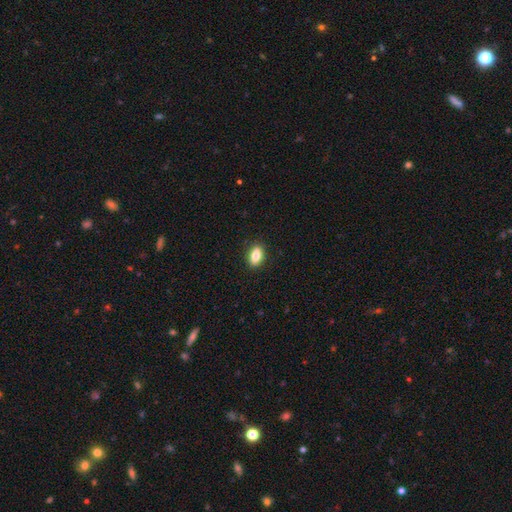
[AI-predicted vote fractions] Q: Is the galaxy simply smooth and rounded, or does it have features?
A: smooth — 79%.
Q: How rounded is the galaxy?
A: in between — 84%.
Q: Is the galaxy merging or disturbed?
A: none — 89%.